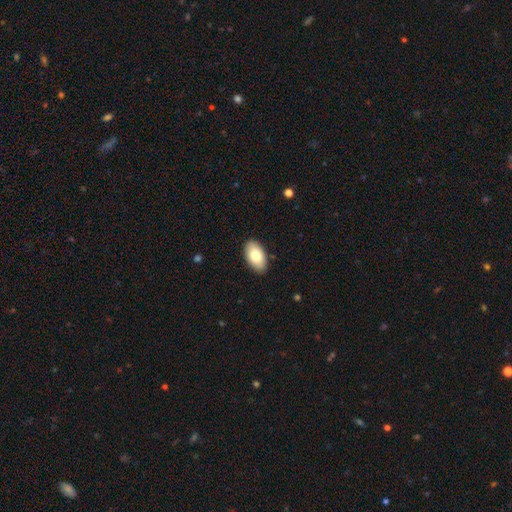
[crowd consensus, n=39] A smooth galaxy with no disk features (87%) that is in between round and cigar-shaped (97%).

Vote fractions:
- Smooth or featured? smooth: 87% / featured or disk: 8% / star or artifact: 5%
- How rounded? in between: 97% / cigar-shaped: 3% / round: 0%
- Merging? none: 76% / minor disturbance: 22% / merger: 3% / major disturbance: 0%